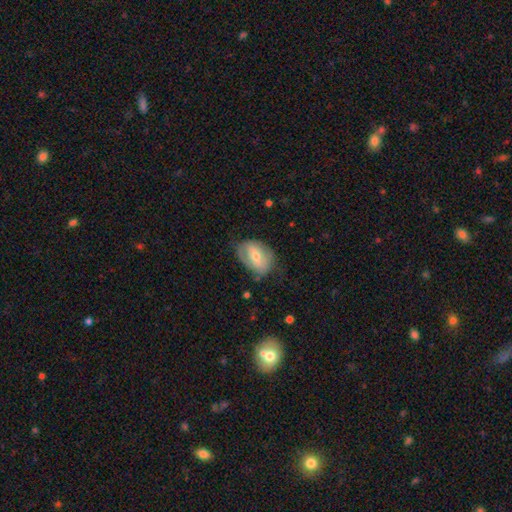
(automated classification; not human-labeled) Smooth or featured: smooth — 49% (featured or disk — 44%)
Merging: none — 58% (minor disturbance — 28%)